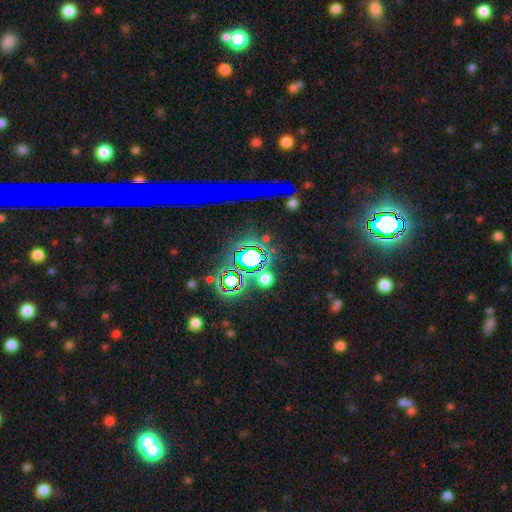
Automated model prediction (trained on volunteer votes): This appears to be a star or artifact, not a galaxy (73%).